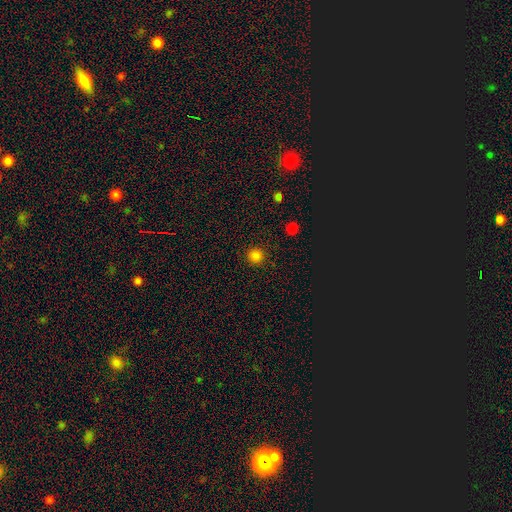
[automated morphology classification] Overall: smooth (83%). How rounded: round (95%). Merging: none (92%).